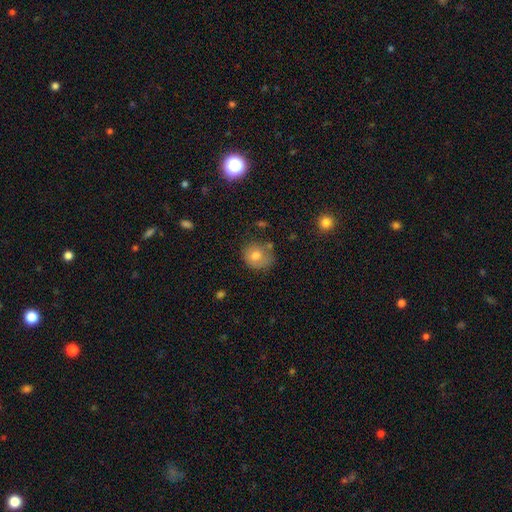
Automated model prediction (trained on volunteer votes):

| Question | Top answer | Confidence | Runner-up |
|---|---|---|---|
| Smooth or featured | smooth | 72% | featured or disk (17%) |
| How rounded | round | 73% | in between (26%) |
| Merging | none | 59% | minor disturbance (26%) |